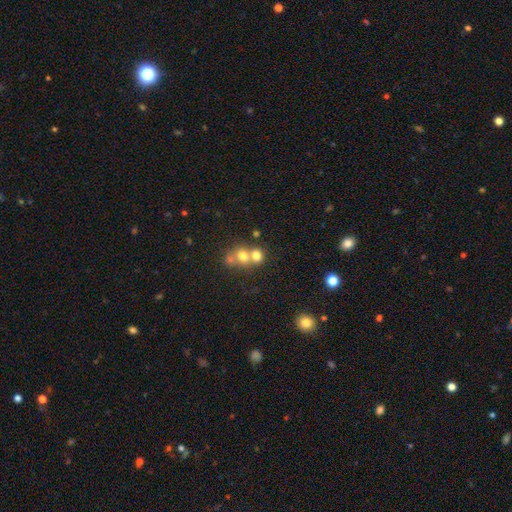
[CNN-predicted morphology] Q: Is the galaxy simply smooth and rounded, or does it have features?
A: smooth — 70%.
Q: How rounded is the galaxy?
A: round — 72%.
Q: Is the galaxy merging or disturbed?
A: merger — 60%.